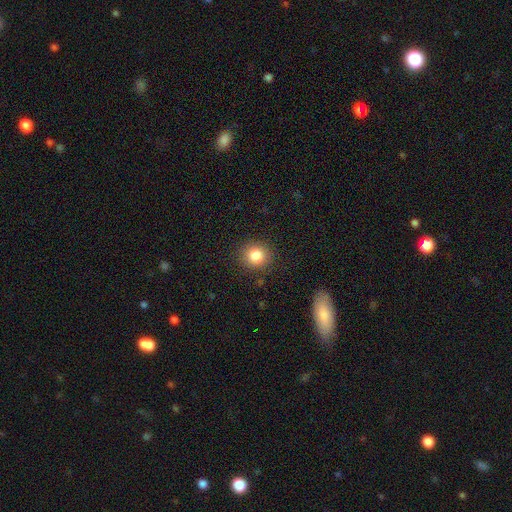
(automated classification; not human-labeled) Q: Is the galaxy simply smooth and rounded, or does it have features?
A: smooth — 84%.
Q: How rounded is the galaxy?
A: round — 86%.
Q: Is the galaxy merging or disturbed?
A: none — 88%.